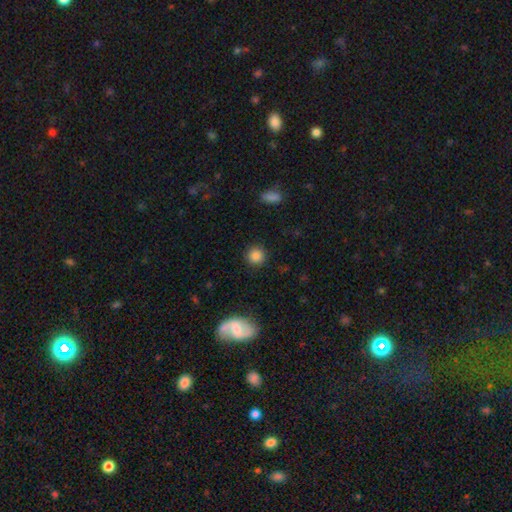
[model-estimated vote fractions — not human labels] smooth-or-featured: smooth: 84% | star or artifact: 11% | featured or disk: 4%
  how-rounded: round: 92% | in between: 7% | cigar-shaped: 1%
  merging: none: 90% | minor disturbance: 6% | major disturbance: 2% | merger: 1%